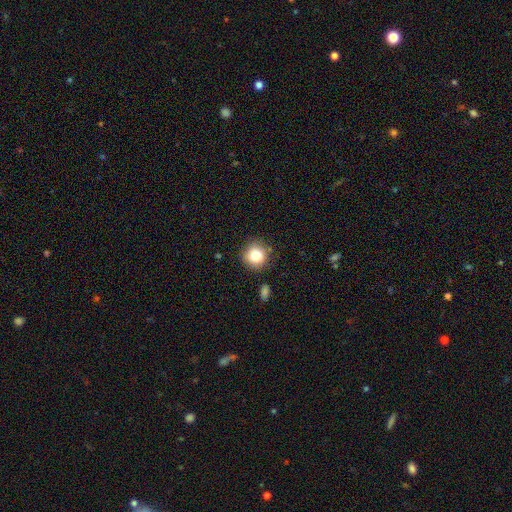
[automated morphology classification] A smooth galaxy with no disk features (84%) that is round (90%).

Vote fractions:
- Smooth or featured? smooth: 84% / star or artifact: 10% / featured or disk: 6%
- How rounded? round: 90% / in between: 9% / cigar-shaped: 1%
- Merging? none: 79% / minor disturbance: 14% / merger: 4% / major disturbance: 3%